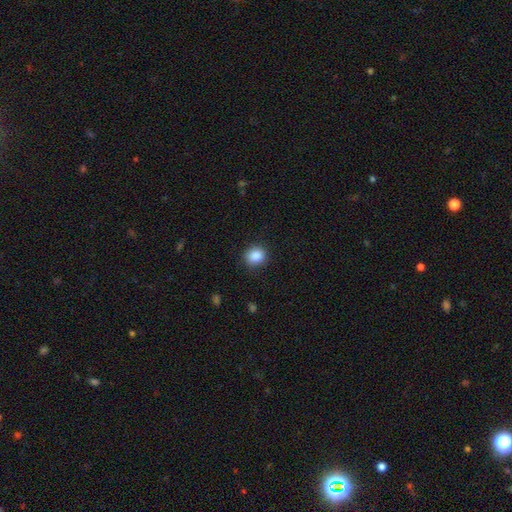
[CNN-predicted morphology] A smooth galaxy with no disk features (87%) that is round (78%). Merging: none (87%).